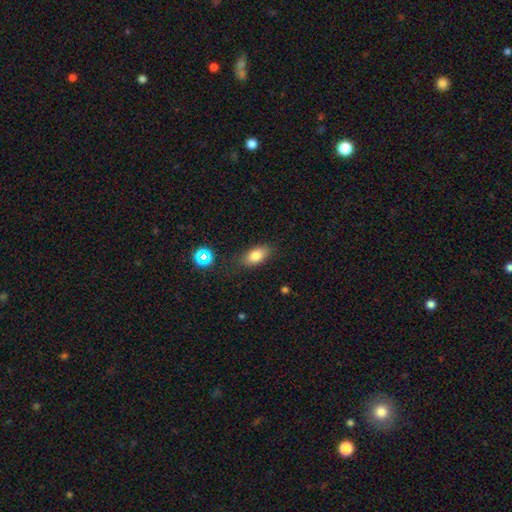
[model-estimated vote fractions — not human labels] Smooth or featured? smooth (81%)
How rounded? in between (88%)
Merging? none (79%)